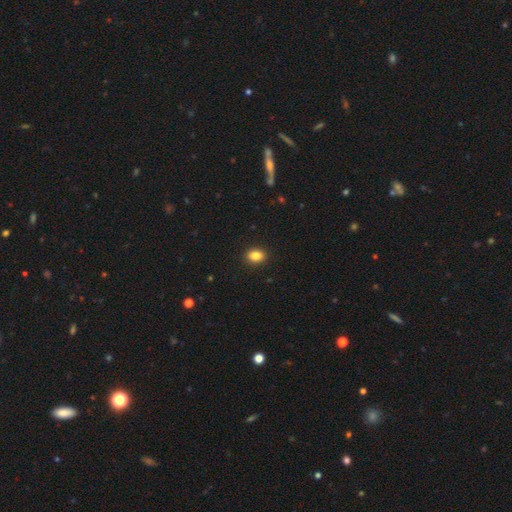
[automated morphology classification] Smooth or featured: smooth — 85% (star or artifact — 9%)
How rounded: in between — 68% (round — 30%)
Merging: none — 91% (minor disturbance — 6%)